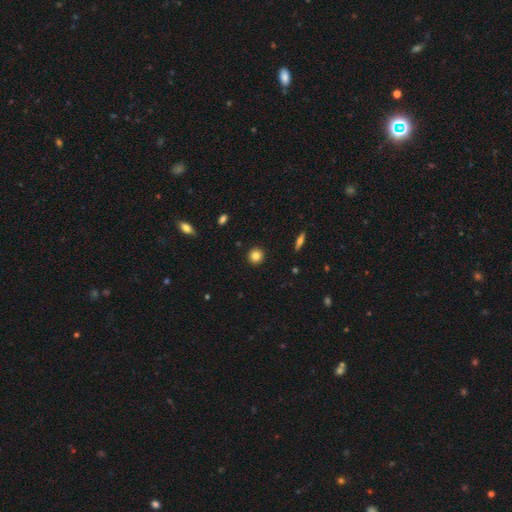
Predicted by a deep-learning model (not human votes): Smooth or featured? smooth (84%)
How rounded? round (93%)
Merging? none (92%)